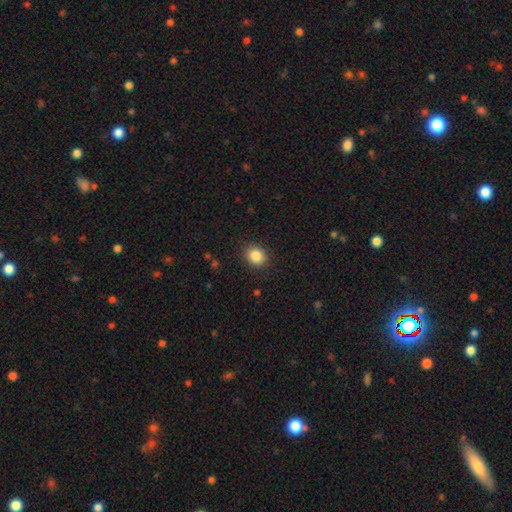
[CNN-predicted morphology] smooth_or_featured: smooth (p=0.86) [alt: star or artifact p=0.10]
how_rounded: round (p=0.69) [alt: in between p=0.30]
merging: none (p=0.88) [alt: minor disturbance p=0.08]